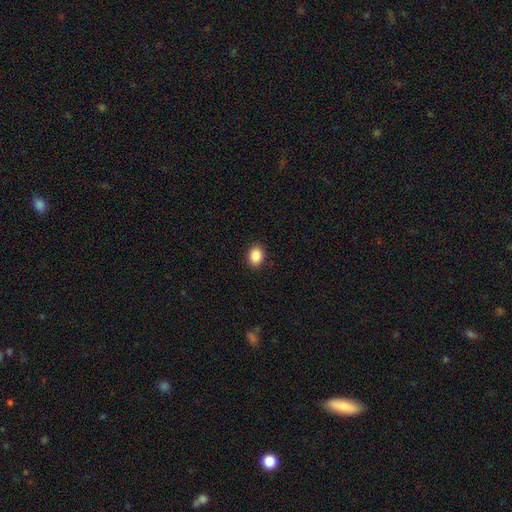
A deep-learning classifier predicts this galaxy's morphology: Overall: smooth (89%). How rounded: in between (64%; round 35%). Merging: none (90%).